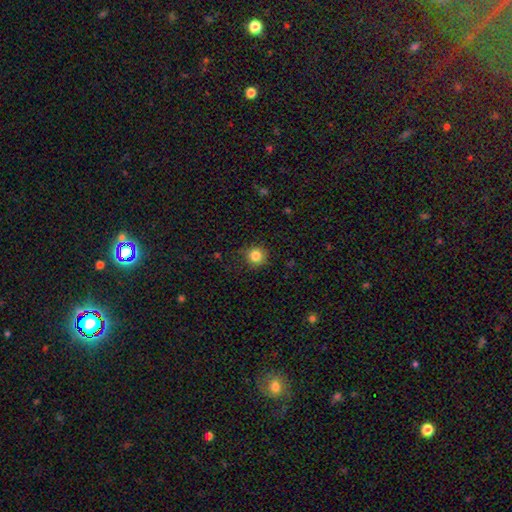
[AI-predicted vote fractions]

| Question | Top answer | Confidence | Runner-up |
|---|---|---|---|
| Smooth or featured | smooth | 84% | star or artifact (11%) |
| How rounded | round | 92% | in between (7%) |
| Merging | none | 82% | minor disturbance (13%) |